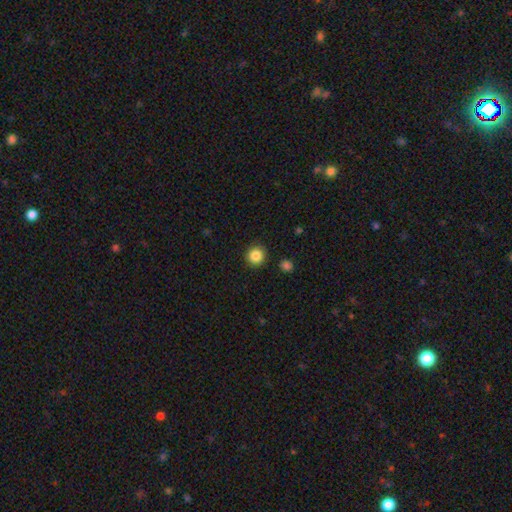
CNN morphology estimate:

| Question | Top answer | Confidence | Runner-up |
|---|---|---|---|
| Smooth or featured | smooth | 86% | star or artifact (10%) |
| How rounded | round | 94% | in between (5%) |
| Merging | none | 91% | minor disturbance (5%) |